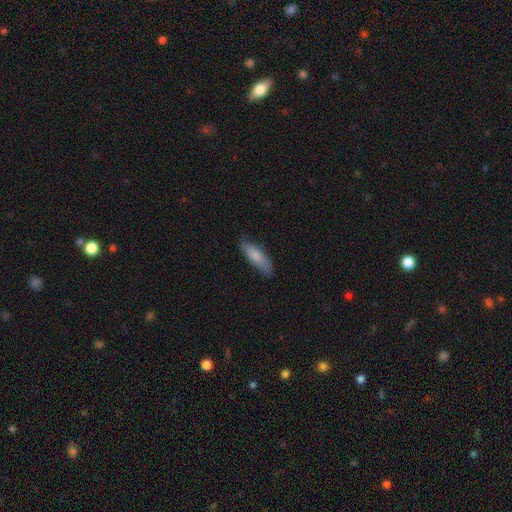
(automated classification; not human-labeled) Morphology: type=smooth (75%); roundness=cigar-shaped (55%); merging=none (76%).